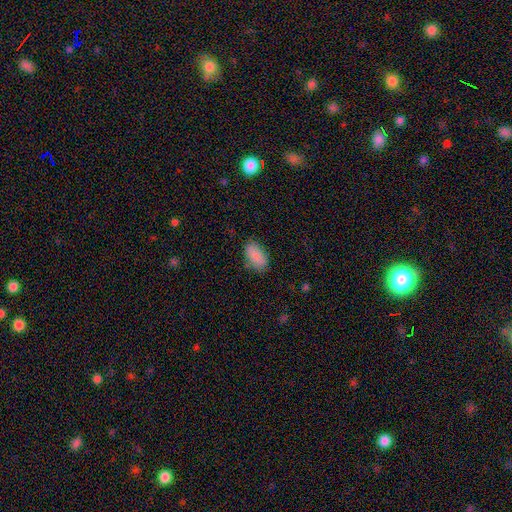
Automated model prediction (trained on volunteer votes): smooth 86%, featured or disk 7%, star or artifact 7%. Down the decision tree: how rounded — in between (93%); merging — none (79%).